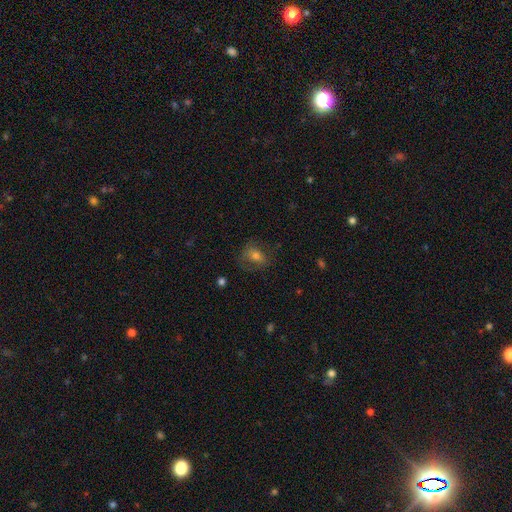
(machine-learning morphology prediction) smooth 63%, featured or disk 25%, star or artifact 11%. Down the decision tree: how rounded — in between (51%); merging — none (59%).